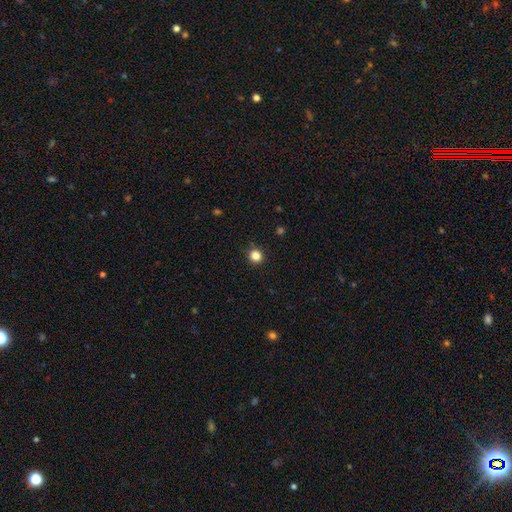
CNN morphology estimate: This is clearly a smooth galaxy (84%). How rounded: clearly round (93%). Merging: clearly none (91%).